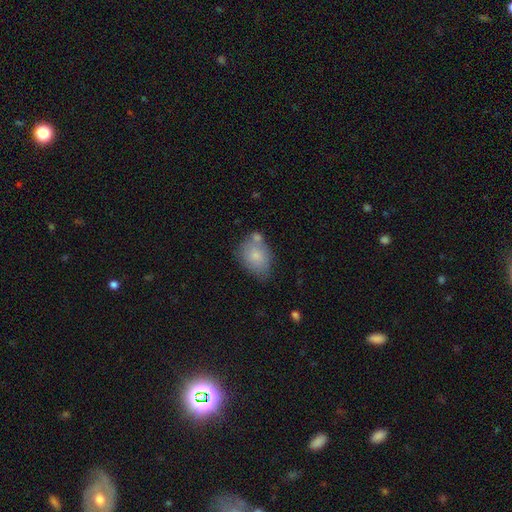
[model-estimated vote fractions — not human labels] Smooth or featured? smooth (78%)
How rounded? in between (72%)
Merging? none (52%)